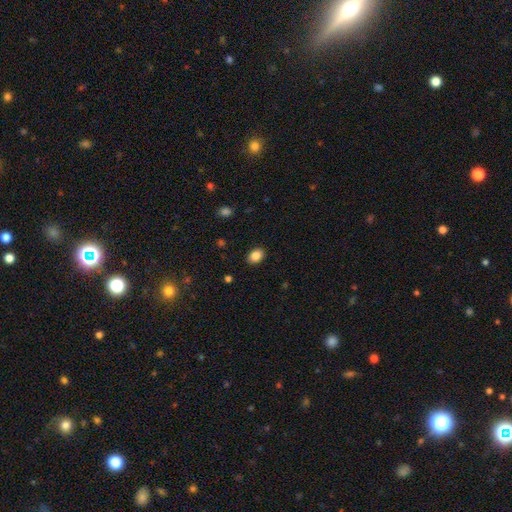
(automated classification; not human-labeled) Smooth or featured? Predicted: smooth (p=0.86). How rounded? Predicted: in between (p=0.74). Merging? Predicted: none (p=0.89).